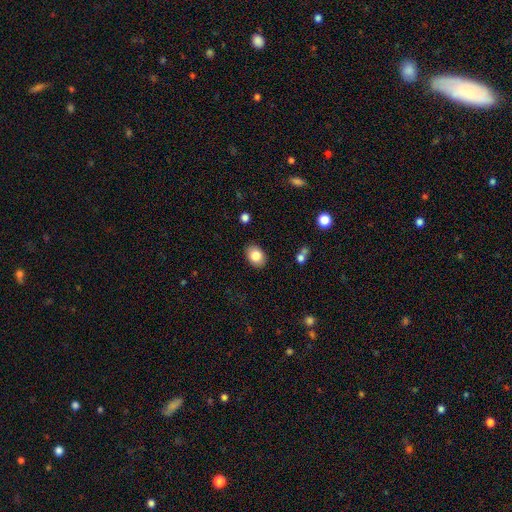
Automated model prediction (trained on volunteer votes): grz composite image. It shows a smooth galaxy with no disk features (84%) that is in between round and cigar-shaped (76%). Merging: none (87%).